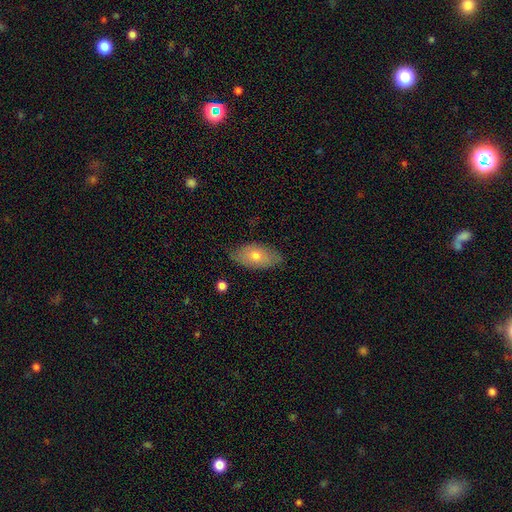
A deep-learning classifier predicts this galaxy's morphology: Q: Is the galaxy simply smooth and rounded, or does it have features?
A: smooth — 66%.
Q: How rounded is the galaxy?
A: in between — 91%.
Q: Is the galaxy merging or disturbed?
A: none — 78%.